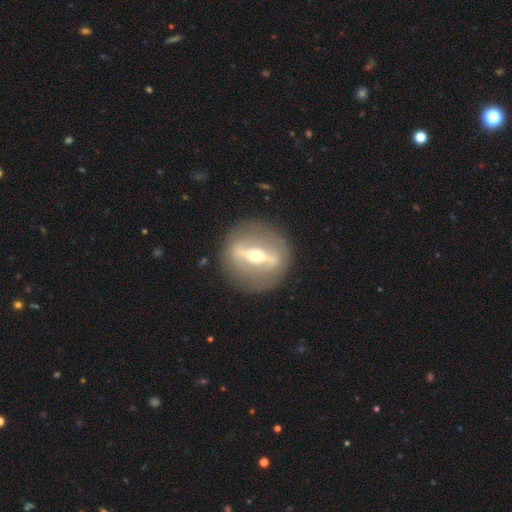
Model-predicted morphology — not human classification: Smooth or featured?
  - featured or disk: 79% *
  - smooth: 15%
  - star or artifact: 6%
Edge-on disk?
  - no: 66% *
  - yes: 34%
Bar?
  - strong: 81% *
  - weak: 12%
  - no: 7%
Spiral arms?
  - no: 78% *
  - yes: 22%
Bulge size?
  - moderate: 63% *
  - small: 29%
  - large: 6%
  - dominant: 1%
  - none: 1%
Merging?
  - none: 85% *
  - minor disturbance: 9%
  - major disturbance: 5%
  - merger: 1%